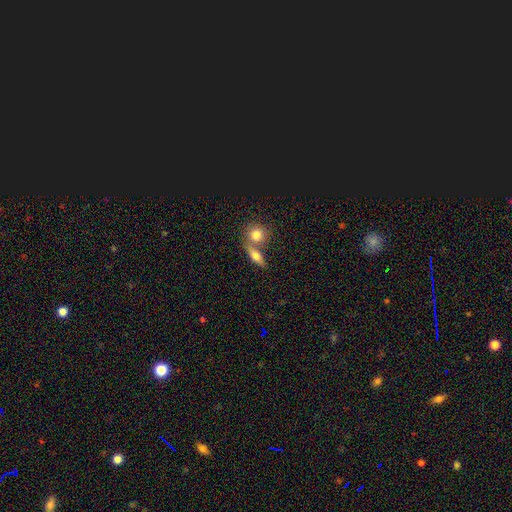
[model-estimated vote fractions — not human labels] Smooth or featured? Predicted: smooth (p=0.63). How rounded? Predicted: in between (p=0.56). Merging? Predicted: none (p=0.45).